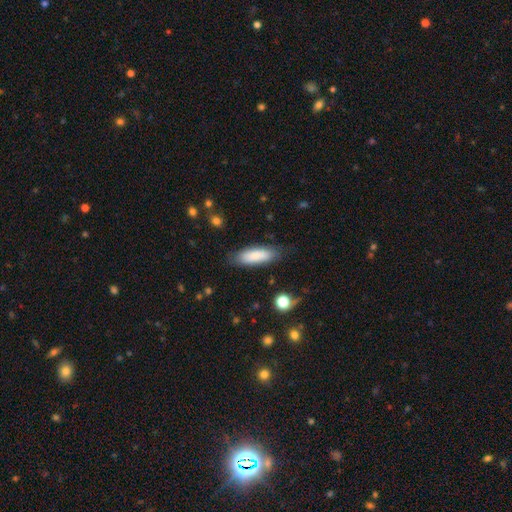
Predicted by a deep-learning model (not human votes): The model was most divided on "how rounded": in between: 56%, cigar-shaped: 43%, round: 2%. More confident: smooth or featured — smooth (84%); merging — none (80%).